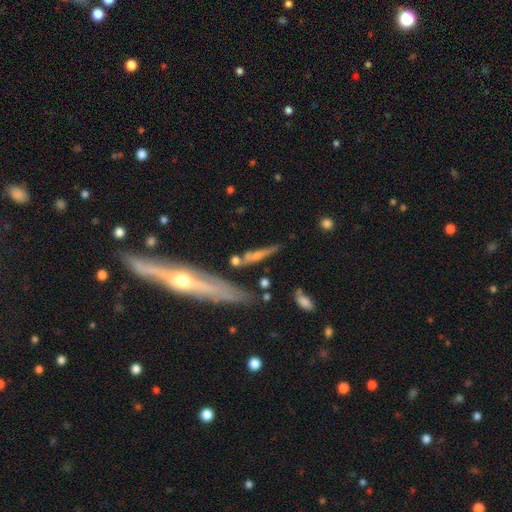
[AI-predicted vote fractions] smooth-or-featured: featured or disk: 50% | smooth: 41% | star or artifact: 9%
  merging: none: 62% | minor disturbance: 17% | merger: 14% | major disturbance: 7%